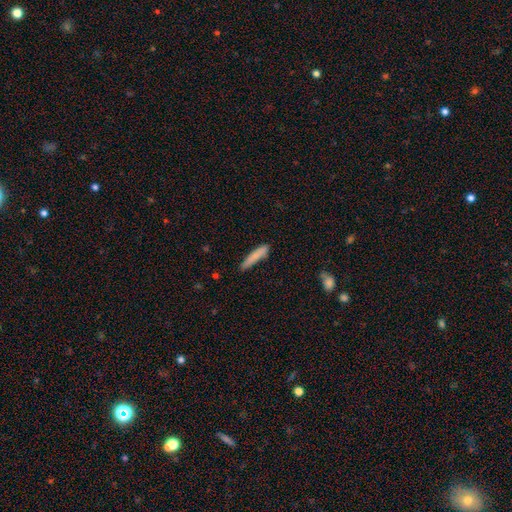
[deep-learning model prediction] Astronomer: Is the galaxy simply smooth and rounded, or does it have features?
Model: smooth — 80%.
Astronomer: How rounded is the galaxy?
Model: cigar-shaped — 88%.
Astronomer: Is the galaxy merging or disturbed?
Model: none — 76%.